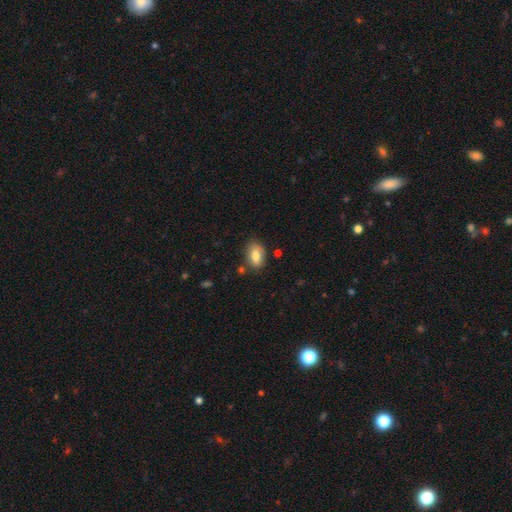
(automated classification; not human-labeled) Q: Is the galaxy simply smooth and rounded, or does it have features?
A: smooth — 77%.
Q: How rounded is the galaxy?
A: in between — 88%.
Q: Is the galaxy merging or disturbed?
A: none — 74%.